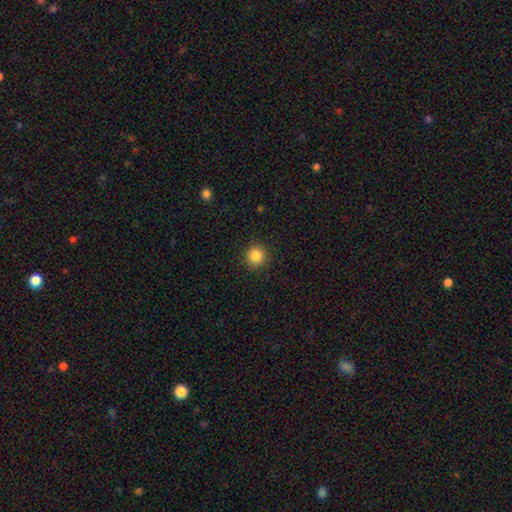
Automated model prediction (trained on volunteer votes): Smooth or featured: smooth — 85% (star or artifact — 11%)
How rounded: round — 94% (in between — 5%)
Merging: none — 92% (minor disturbance — 5%)